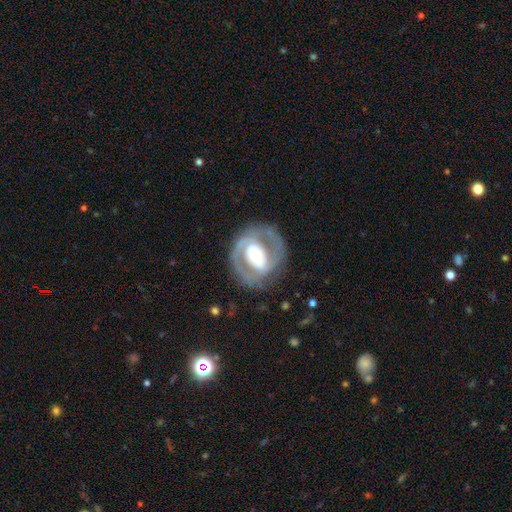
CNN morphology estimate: Smooth or featured? Predicted: featured or disk (p=0.80). Edge-on disk? Predicted: no (p=0.97). Bar? Predicted: no (p=0.47). Spiral arms? Predicted: yes (p=0.78). Spiral winding? Predicted: tight (p=0.43). Spiral arm count? Predicted: 2 (p=0.79). Bulge size? Predicted: moderate (p=0.63). Merging? Predicted: none (p=0.74).